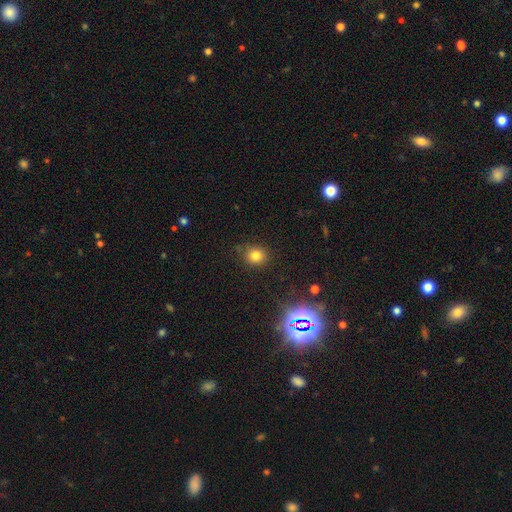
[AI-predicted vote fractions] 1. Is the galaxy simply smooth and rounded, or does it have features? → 77% smooth, 16% star or artifact, 7% featured or disk.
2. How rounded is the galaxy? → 80% round, 19% in between, 1% cigar-shaped.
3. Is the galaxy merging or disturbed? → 82% none, 13% minor disturbance, 4% major disturbance, 2% merger.